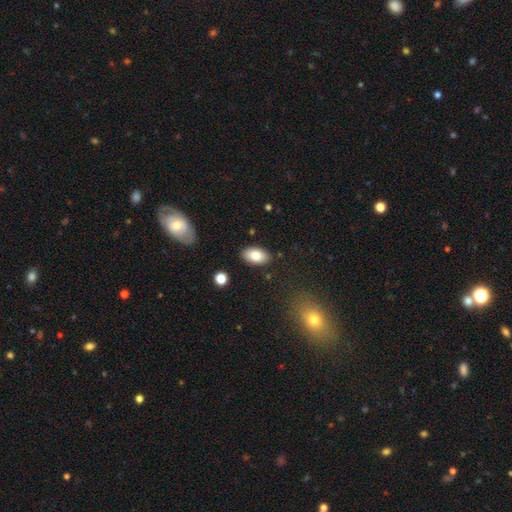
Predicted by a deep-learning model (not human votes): smooth-or-featured: smooth: 81% | featured or disk: 12% | star or artifact: 7%
  how-rounded: in between: 93% | round: 5% | cigar-shaped: 2%
  merging: none: 86% | minor disturbance: 10% | major disturbance: 2% | merger: 2%